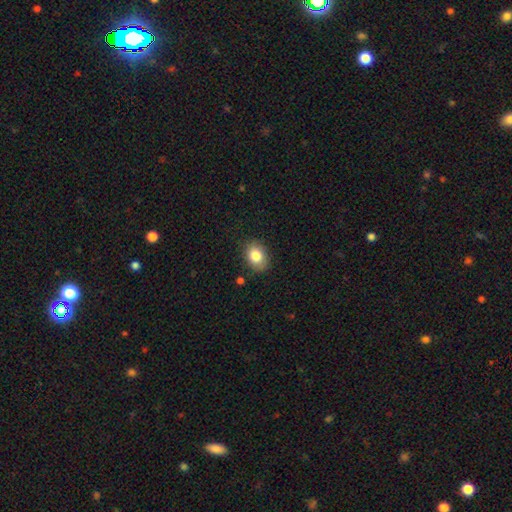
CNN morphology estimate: A smooth galaxy with no disk features (83%) that is in between round and cigar-shaped (66%). Merging: none (83%).